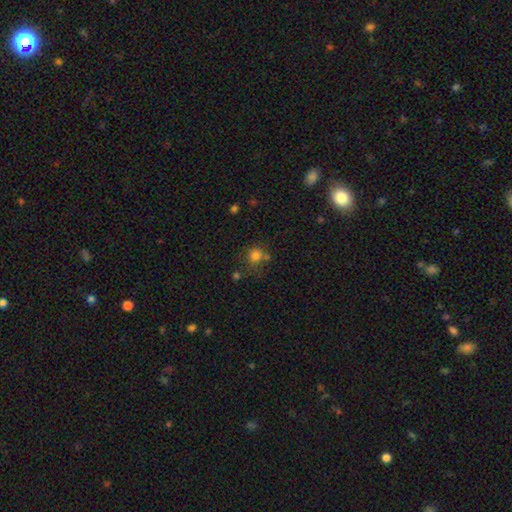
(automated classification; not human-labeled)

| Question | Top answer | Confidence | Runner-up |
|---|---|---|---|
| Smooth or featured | smooth | 77% | star or artifact (15%) |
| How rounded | round | 86% | in between (13%) |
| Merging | none | 60% | merger (18%) |